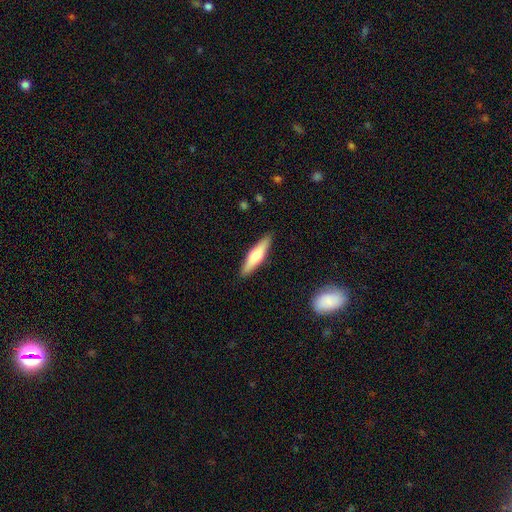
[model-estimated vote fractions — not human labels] smooth_or_featured: smooth (p=0.53) [alt: featured or disk p=0.42]
how_rounded: cigar-shaped (p=0.75) [alt: in between p=0.24]
merging: none (p=0.89) [alt: minor disturbance p=0.08]